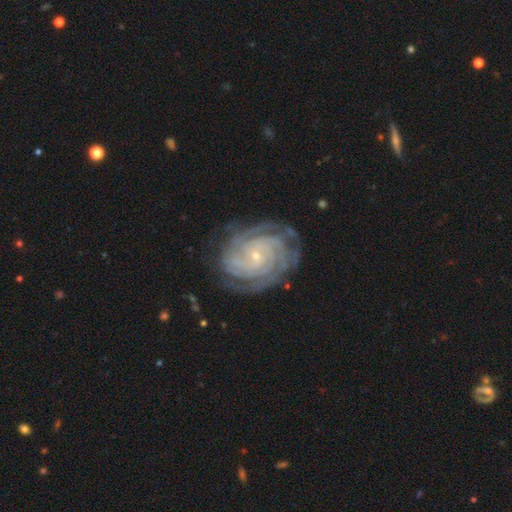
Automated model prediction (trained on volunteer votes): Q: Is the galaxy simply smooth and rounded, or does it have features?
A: featured or disk — 85%.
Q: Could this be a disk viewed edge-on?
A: no — 97%.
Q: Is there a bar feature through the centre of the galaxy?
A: no — 70%.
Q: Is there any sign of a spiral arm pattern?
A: yes — 97%.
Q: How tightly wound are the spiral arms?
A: tight — 77%.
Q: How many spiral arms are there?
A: can't tell — 28%.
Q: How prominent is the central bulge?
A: small — 80%.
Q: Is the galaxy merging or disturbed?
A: none — 79%.